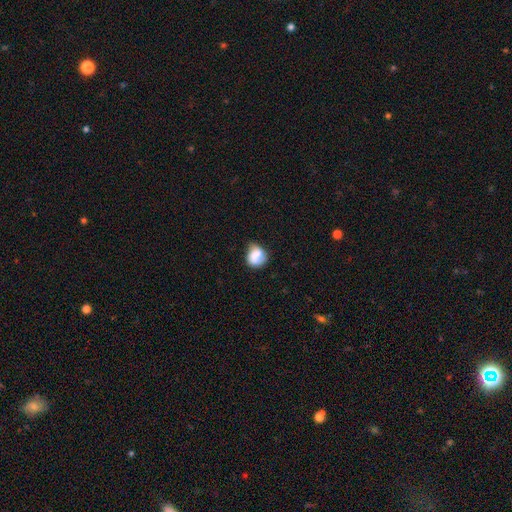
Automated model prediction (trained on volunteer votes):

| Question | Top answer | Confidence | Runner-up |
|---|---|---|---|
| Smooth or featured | smooth | 72% | featured or disk (20%) |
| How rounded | round | 68% | in between (31%) |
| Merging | none | 42% | minor disturbance (37%) |